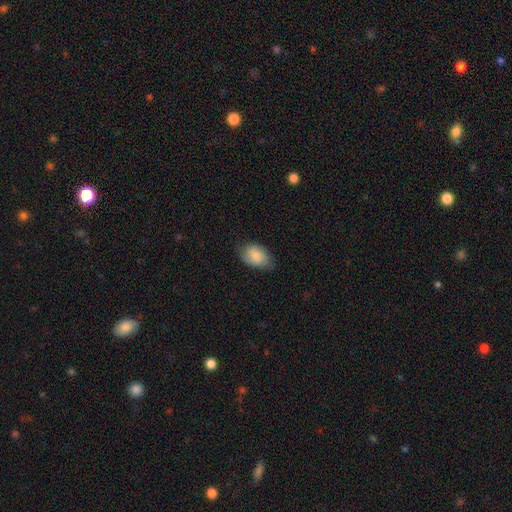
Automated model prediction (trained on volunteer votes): smooth-or-featured: smooth: 82% | featured or disk: 12% | star or artifact: 6%
  how-rounded: in between: 90% | round: 9% | cigar-shaped: 1%
  merging: none: 72% | minor disturbance: 23% | major disturbance: 4% | merger: 1%